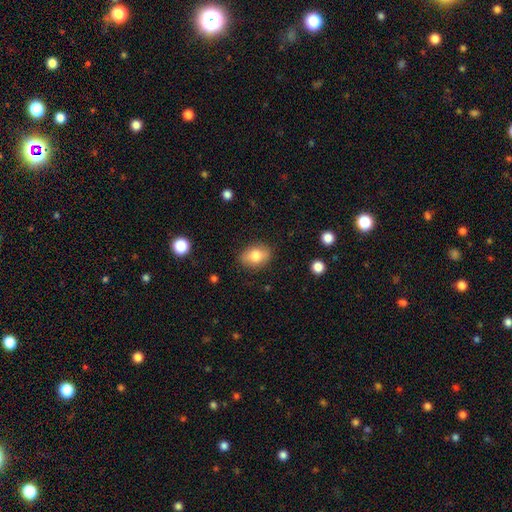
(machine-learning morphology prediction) Overall: smooth (80%). How rounded: in between (76%). Merging: none (83%).